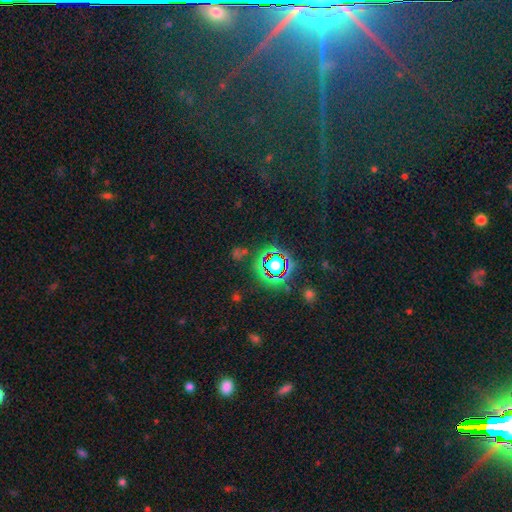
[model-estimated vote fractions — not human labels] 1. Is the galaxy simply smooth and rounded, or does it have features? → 72% star or artifact, 15% featured or disk, 13% smooth.